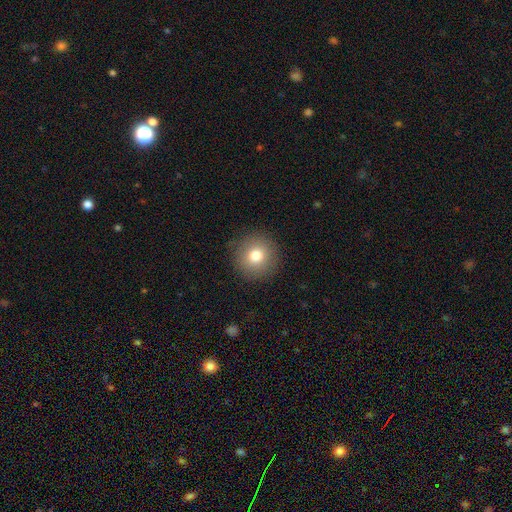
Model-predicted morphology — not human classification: A smooth galaxy with no disk features (77%) that is round (94%). Merging: none (90%).